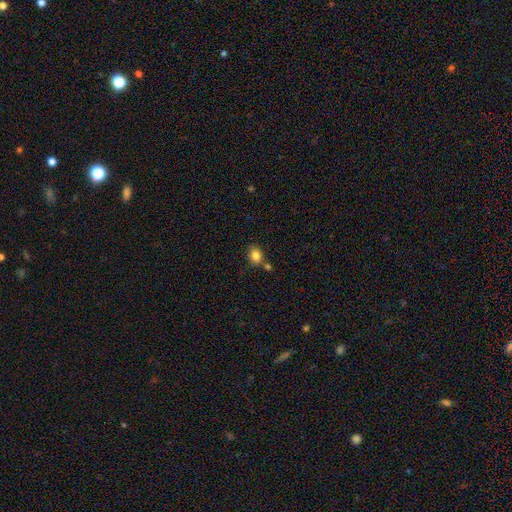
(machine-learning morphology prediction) This appears to be a smooth galaxy with no disk features (83%) that is round (51%). Merging: none (67%).